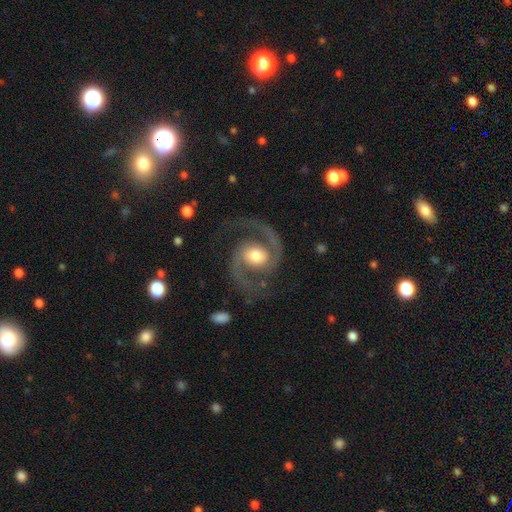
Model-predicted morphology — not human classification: This is clearly a featured or disk galaxy (93%). It is clearly not viewed edge-on (98%). Bar: possibly no (54%). Spiral arm pattern: clearly yes (98%). Spiral arm count: clearly 2 (95%). Spiral winding: likely medium (64%). Central bulge: likely moderate (65%). Merging: clearly none (80%).